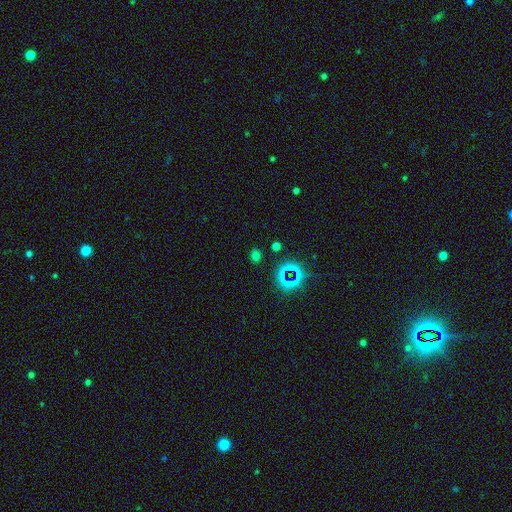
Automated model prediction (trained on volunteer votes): Morphology: type=smooth (56%); roundness=round (71%); merging=none (84%).